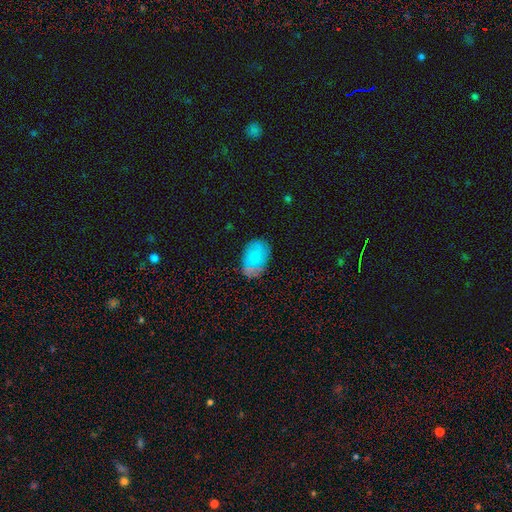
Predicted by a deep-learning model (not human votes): Morphology: type=smooth (68%); roundness=in between (85%); merging=none (68%).